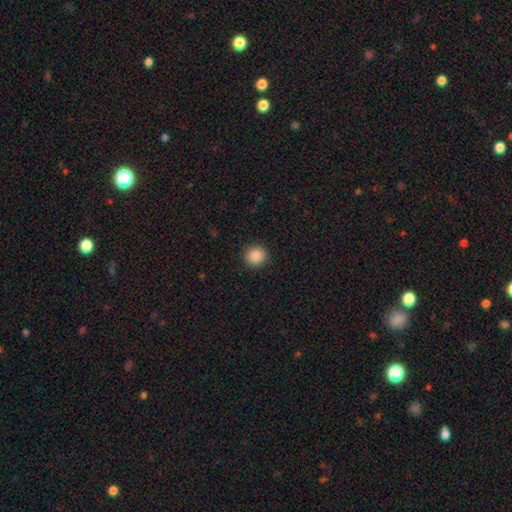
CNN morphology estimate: This appears to be a smooth galaxy with no disk features (88%) that is round (94%). Merging: none (92%).